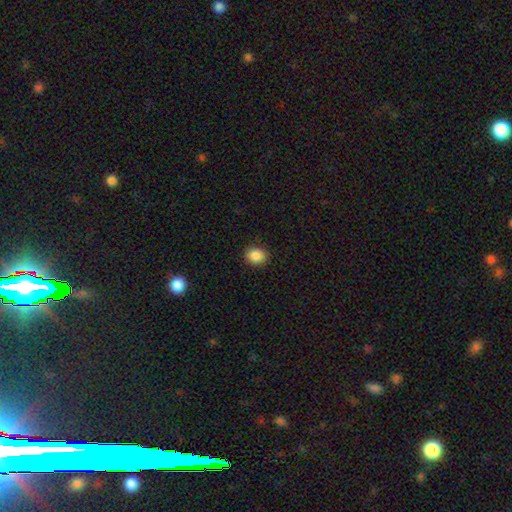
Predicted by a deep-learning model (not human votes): Smooth or featured: smooth — 88% (star or artifact — 9%)
How rounded: round — 64% (in between — 35%)
Merging: none — 89% (minor disturbance — 8%)